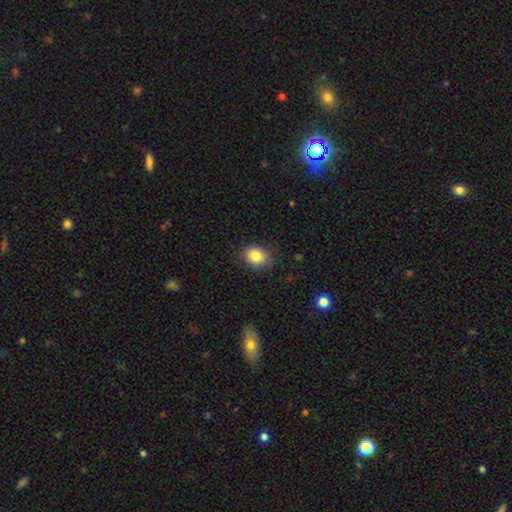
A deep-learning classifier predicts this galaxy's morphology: Smooth or featured? Predicted: smooth (p=0.84). How rounded? Predicted: round (p=0.57). Merging? Predicted: none (p=0.83).